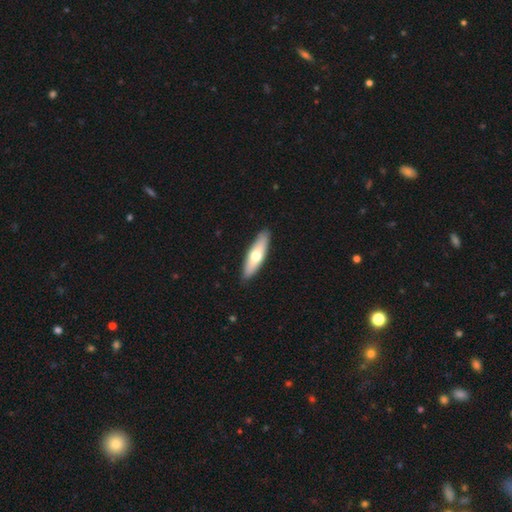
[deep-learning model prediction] smooth 58%, featured or disk 37%, star or artifact 5%. Down the decision tree: how rounded — cigar-shaped (57%); merging — none (90%).